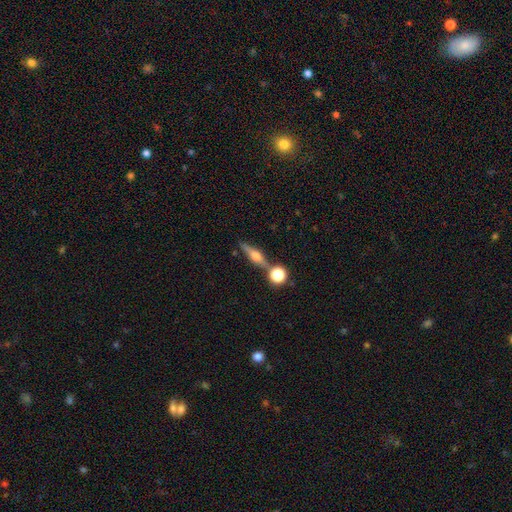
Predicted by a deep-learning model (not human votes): Smooth or featured? featured or disk (68%)
Edge-on disk? yes (96%)
Edge-on bulge? rounded (92%)
Merging? none (76%)